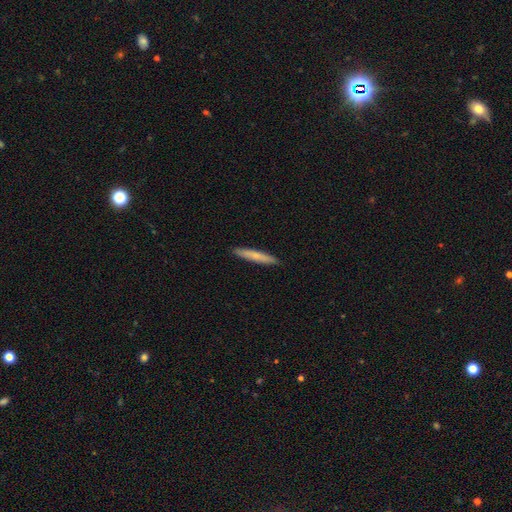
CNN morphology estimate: Q: Smooth or featured?
A: smooth (67%); runner-up: featured or disk (28%)
Q: How rounded?
A: cigar-shaped (93%); runner-up: in between (5%)
Q: Merging?
A: none (91%); runner-up: minor disturbance (6%)